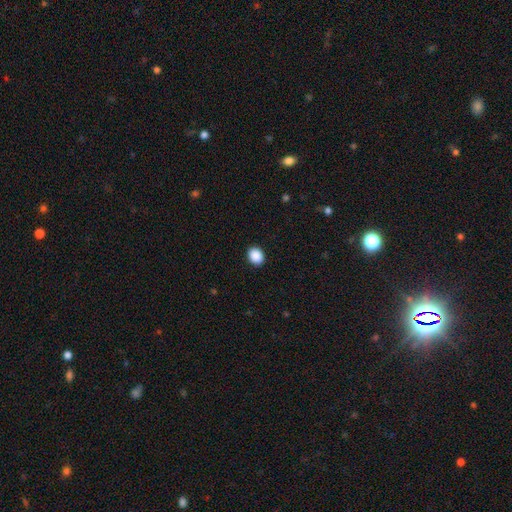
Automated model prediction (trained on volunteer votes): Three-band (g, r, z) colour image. It shows a smooth galaxy with no disk features (90%) that is round (51%). Merging: none (91%).